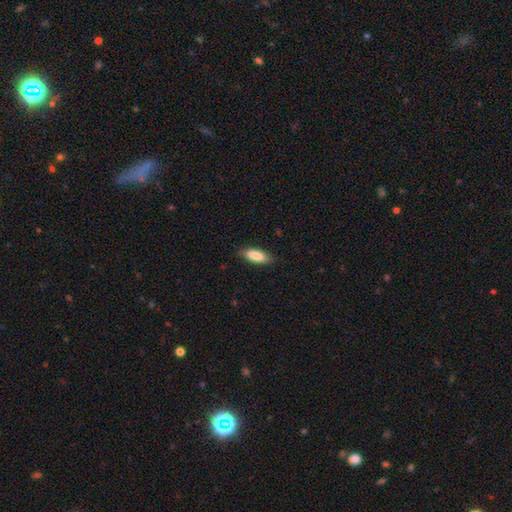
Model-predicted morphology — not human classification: The model was most divided on "how rounded": in between: 69%, cigar-shaped: 29%, round: 2%. More confident: smooth or featured — smooth (86%); merging — none (84%).